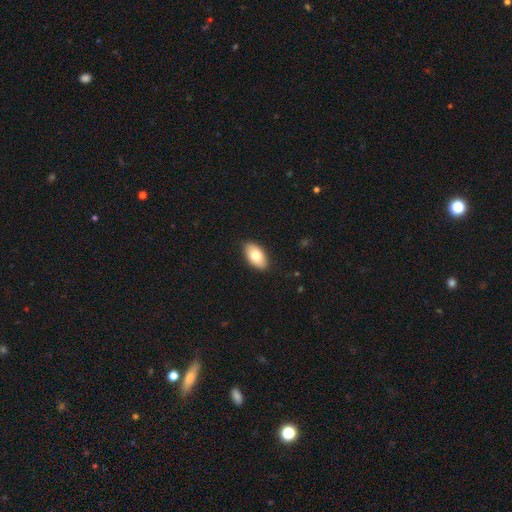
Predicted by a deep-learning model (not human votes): smooth-or-featured: smooth: 78% | featured or disk: 15% | star or artifact: 6%
  how-rounded: in between: 94% | round: 4% | cigar-shaped: 2%
  merging: none: 89% | minor disturbance: 8% | major disturbance: 2% | merger: 1%